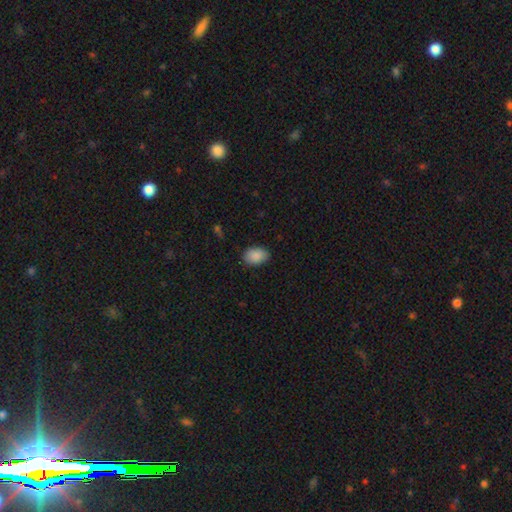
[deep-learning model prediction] Overall: smooth (90%). How rounded: in between (84%). Merging: none (85%).